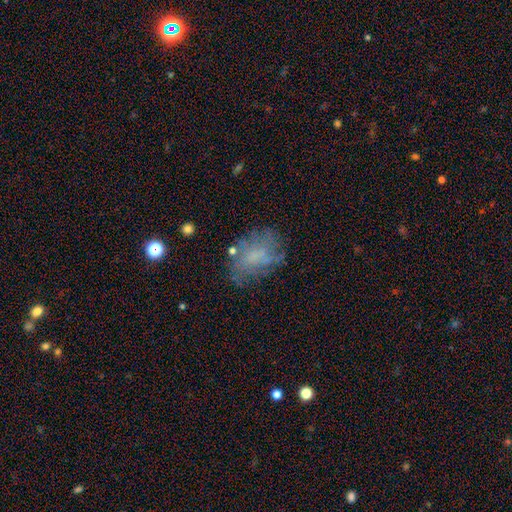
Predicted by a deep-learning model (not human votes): The model was most divided on "smooth or featured": featured or disk: 44%, smooth: 42%, star or artifact: 14%. More confident: merging — none (56%).